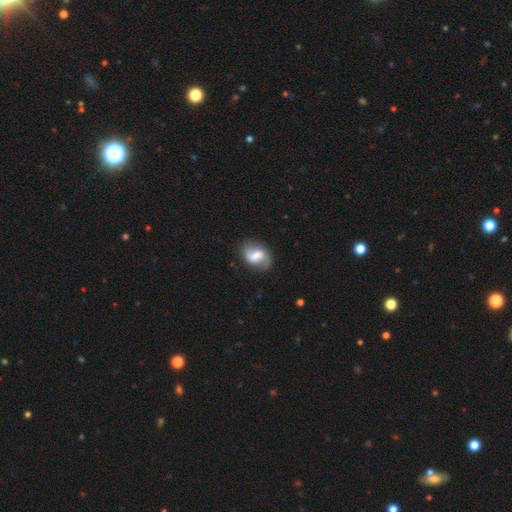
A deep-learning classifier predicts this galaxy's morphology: featured or disk 55%, smooth 37%, star or artifact 7%. Down the decision tree: edge-on disk — no (96%); bar — weak (47%); spiral arms — yes (79%); bulge size — moderate (42%); merging — none (77%).